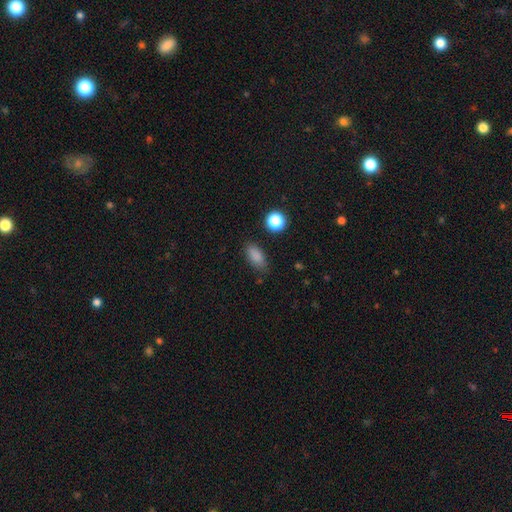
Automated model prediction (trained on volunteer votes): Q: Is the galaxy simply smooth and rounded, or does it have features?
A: smooth — 85%.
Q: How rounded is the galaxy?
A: in between — 85%.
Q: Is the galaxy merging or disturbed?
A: none — 79%.